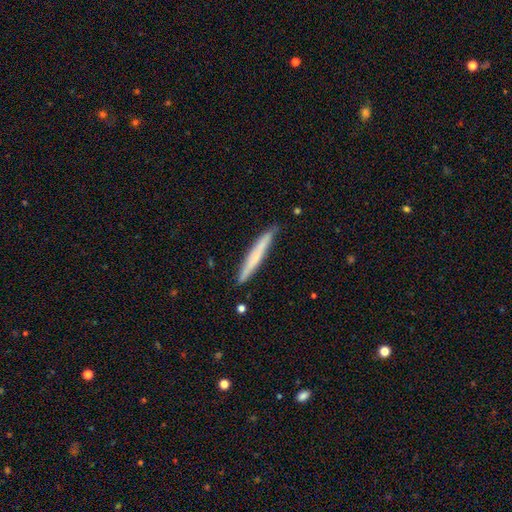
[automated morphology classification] Q: Smooth or featured?
A: smooth (60%); runner-up: featured or disk (34%)
Q: How rounded?
A: cigar-shaped (96%); runner-up: in between (3%)
Q: Merging?
A: none (87%); runner-up: minor disturbance (10%)